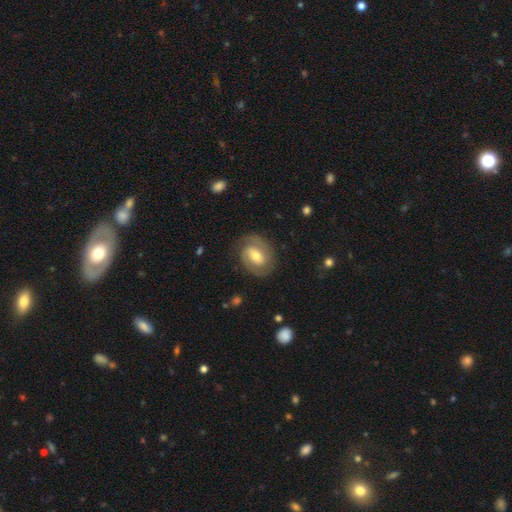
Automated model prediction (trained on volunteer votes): This is likely a featured or disk galaxy (76%). It is clearly not viewed edge-on (97%). Bar: possibly weak (46%). Spiral arm pattern: clearly yes (89%). Spiral arm count: clearly 2 (84%). Spiral winding: possibly tight (49%). Central bulge: likely moderate (64%). Merging: clearly none (80%).